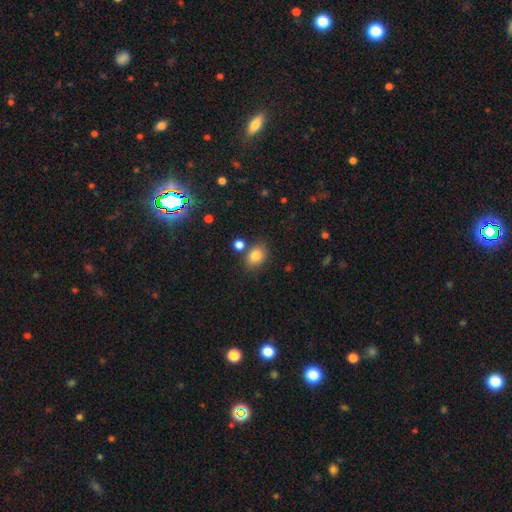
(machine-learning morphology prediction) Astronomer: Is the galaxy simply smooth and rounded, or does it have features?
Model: smooth — 81%.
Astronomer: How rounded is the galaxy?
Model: in between — 64%.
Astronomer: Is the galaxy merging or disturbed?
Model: none — 73%.